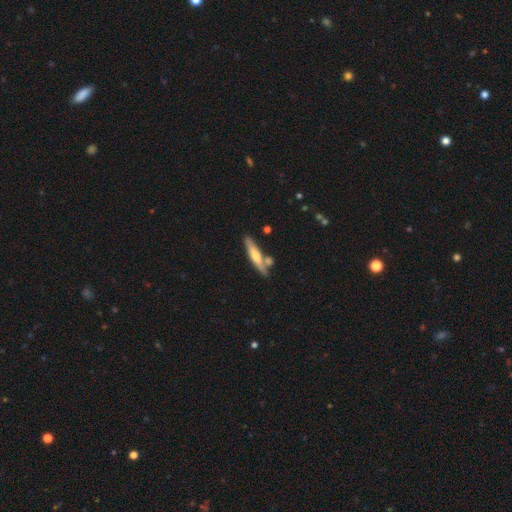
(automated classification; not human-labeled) Smooth or featured?
  - smooth: 52% *
  - featured or disk: 43%
  - star or artifact: 6%
How rounded?
  - cigar-shaped: 84% *
  - in between: 14%
  - round: 2%
Merging?
  - none: 68% *
  - merger: 15%
  - minor disturbance: 13%
  - major disturbance: 3%